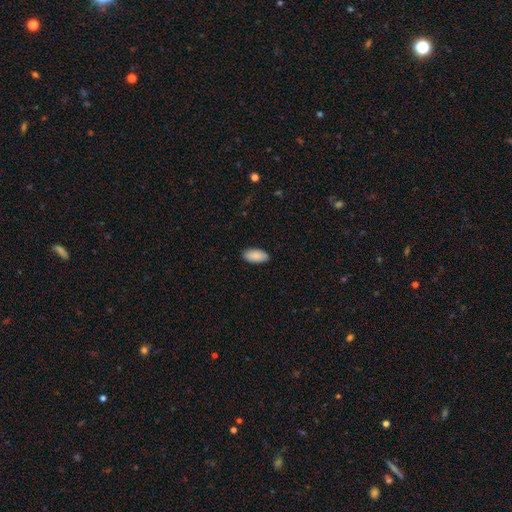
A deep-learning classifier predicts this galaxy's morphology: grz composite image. It shows a smooth galaxy with no disk features (91%) that is in between round and cigar-shaped (93%). Merging: none (89%).